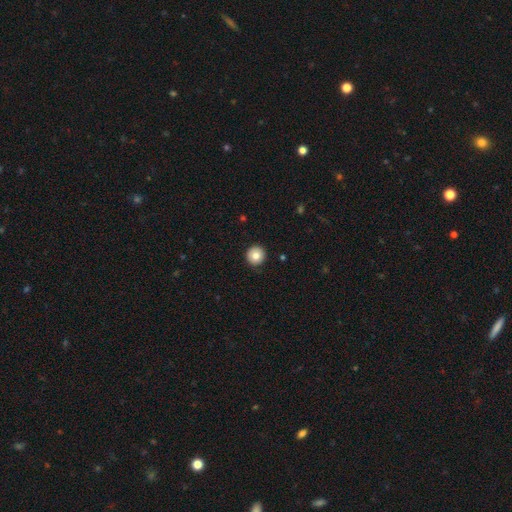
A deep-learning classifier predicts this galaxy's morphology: Smooth or featured? smooth (81%)
How rounded? round (96%)
Merging? none (92%)